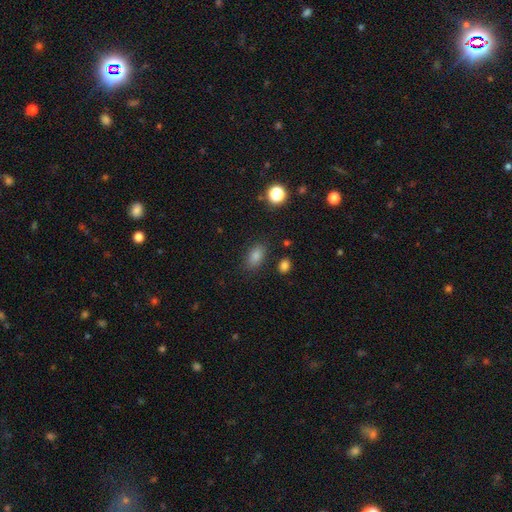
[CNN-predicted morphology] smooth 80%, star or artifact 14%, featured or disk 6%. Down the decision tree: how rounded — in between (84%); merging — none (84%).